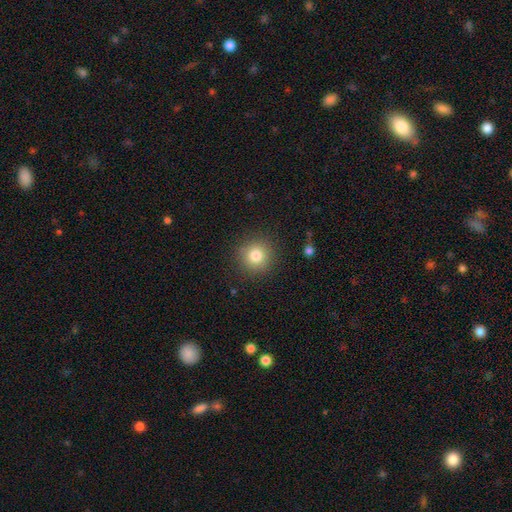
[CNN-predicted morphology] Q: Smooth or featured?
A: smooth (81%); runner-up: star or artifact (12%)
Q: How rounded?
A: round (93%); runner-up: in between (6%)
Q: Merging?
A: none (89%); runner-up: minor disturbance (7%)